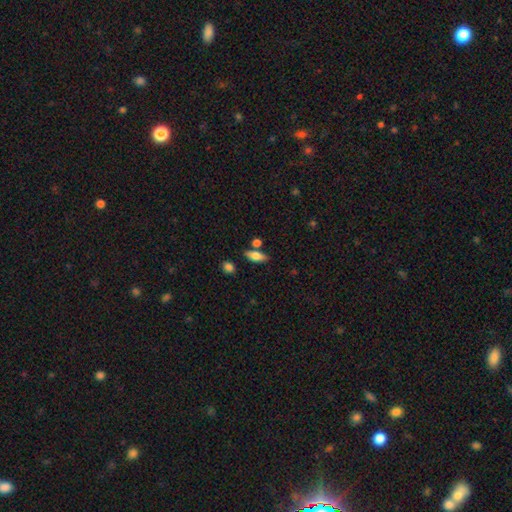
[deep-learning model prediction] The model was most divided on "how rounded": in between: 73%, cigar-shaped: 23%, round: 4%. More confident: smooth or featured — smooth (74%); merging — none (73%).